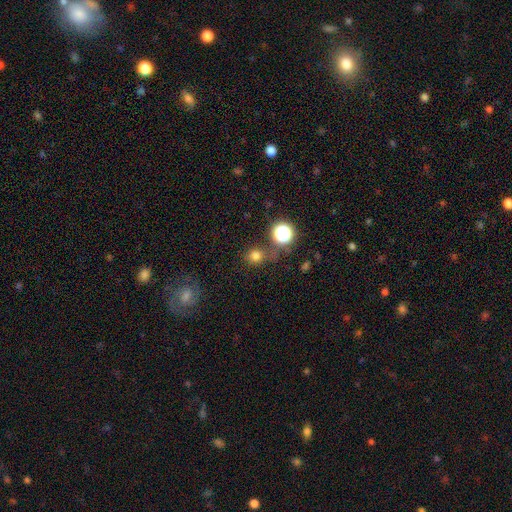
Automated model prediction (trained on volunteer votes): The model was most divided on "merging": none: 68%, minor disturbance: 15%, merger: 11%, major disturbance: 7%. More confident: how rounded — round (83%); smooth or featured — smooth (74%).